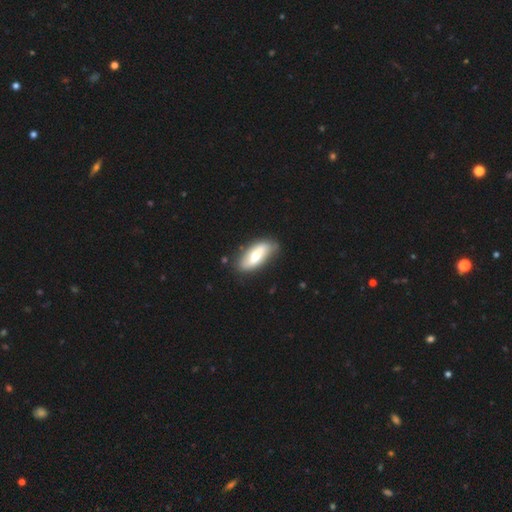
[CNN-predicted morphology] This appears to be a smooth galaxy with no disk features (49%). Merging: none (78%).